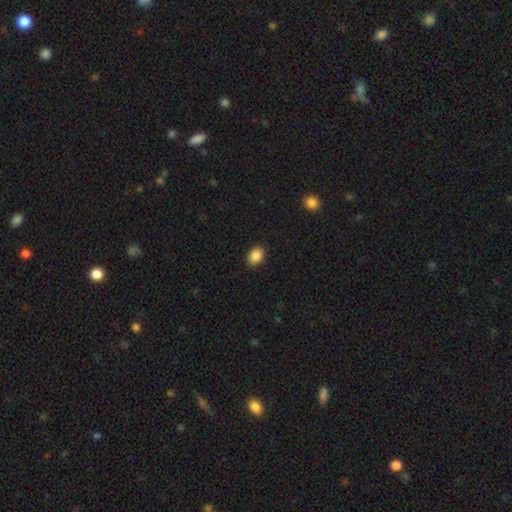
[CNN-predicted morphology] This is clearly a smooth galaxy (89%). How rounded: likely in between (68%). Merging: clearly none (89%).